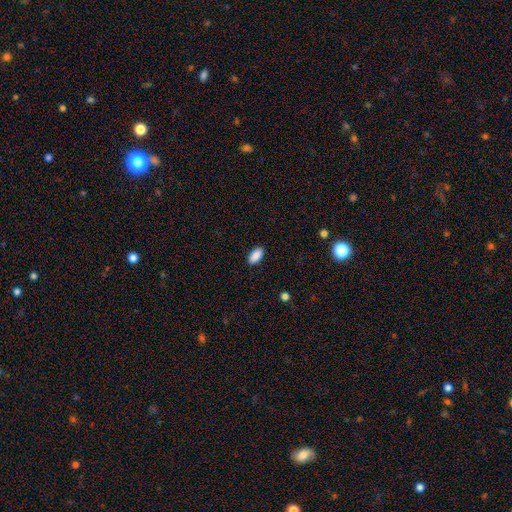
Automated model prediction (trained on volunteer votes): Overall: smooth (90%). How rounded: in between (92%). Merging: none (89%).